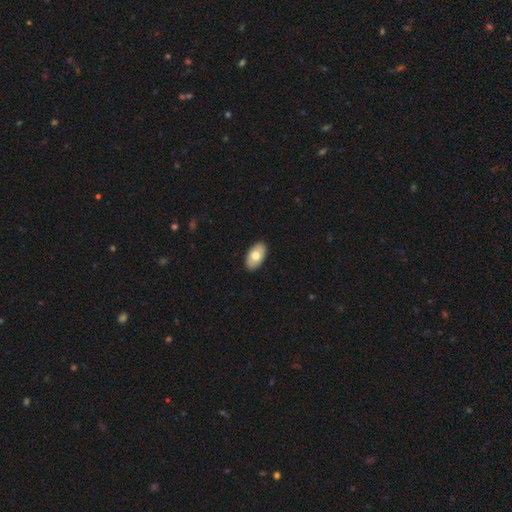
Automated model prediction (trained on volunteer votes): smooth-or-featured: smooth: 73% | featured or disk: 21% | star or artifact: 6%
  how-rounded: in between: 95% | round: 4% | cigar-shaped: 1%
  merging: none: 90% | minor disturbance: 7% | major disturbance: 2% | merger: 1%